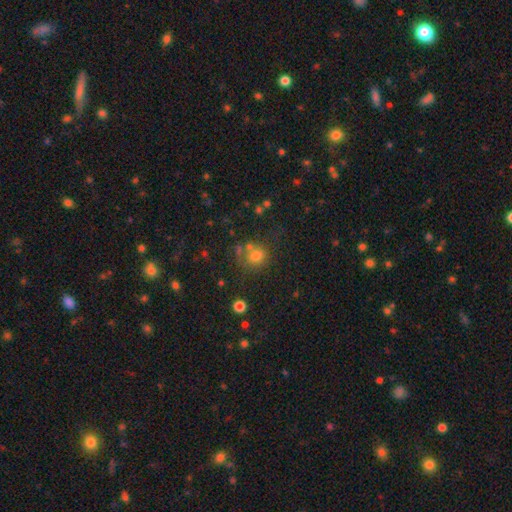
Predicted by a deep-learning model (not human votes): Smooth or featured: smooth — 70% (star or artifact — 17%)
How rounded: round — 75% (in between — 24%)
Merging: none — 53% (merger — 19%)